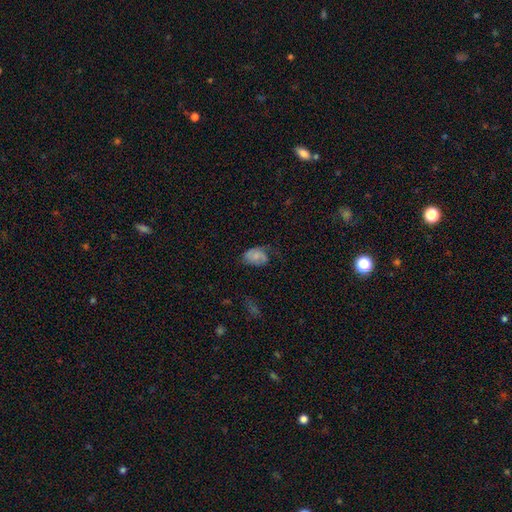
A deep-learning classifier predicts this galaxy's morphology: smooth-or-featured: smooth: 68% | featured or disk: 23% | star or artifact: 9%
  how-rounded: in between: 82% | round: 17% | cigar-shaped: 1%
  merging: none: 42% | minor disturbance: 35% | major disturbance: 21% | merger: 2%